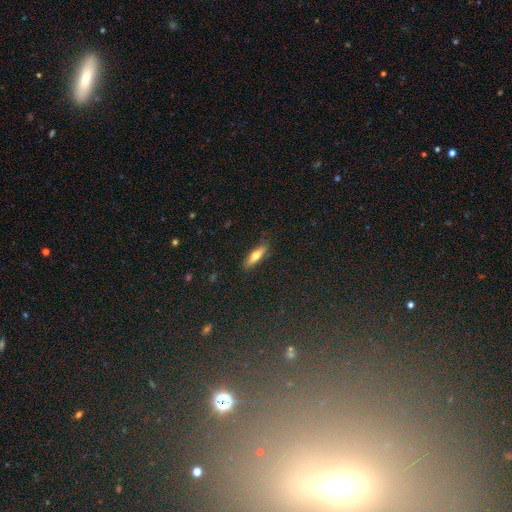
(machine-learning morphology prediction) type=smooth (61%); roundness=cigar-shaped (65%); merging=none (87%).